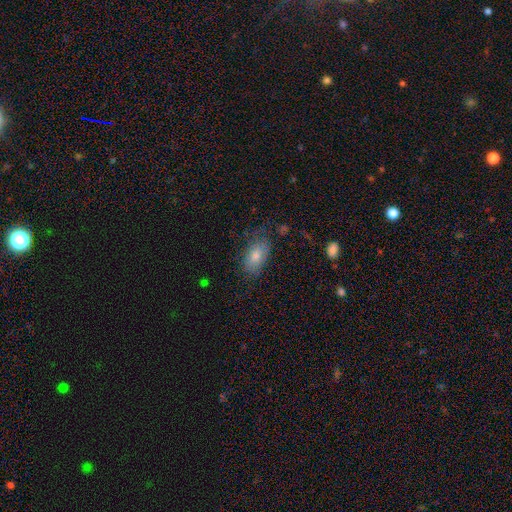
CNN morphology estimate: smooth_or_featured: smooth (p=0.73) [alt: featured or disk p=0.16]
how_rounded: in between (p=0.89) [alt: round p=0.07]
merging: none (p=0.70) [alt: minor disturbance p=0.21]